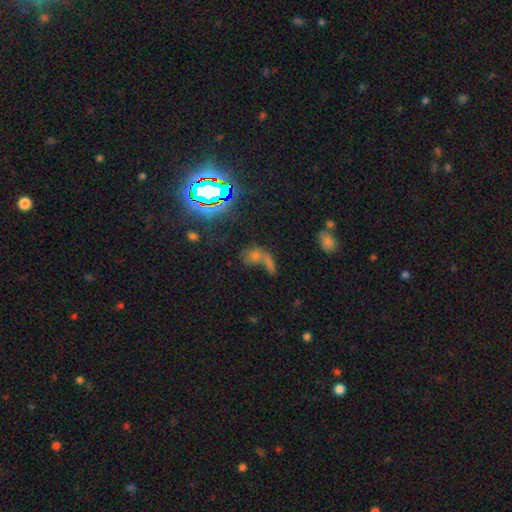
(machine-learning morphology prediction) A star or artifact, not a galaxy (42%).

Vote fractions:
- Smooth or featured? star or artifact: 42% / smooth: 39% / featured or disk: 19%